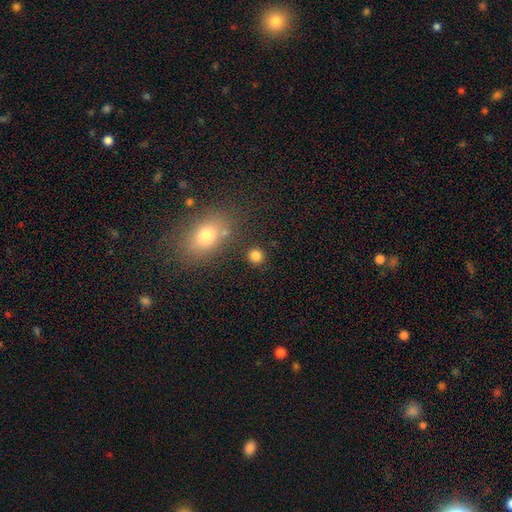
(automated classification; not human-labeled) A smooth galaxy with no disk features (83%) that is round (89%). Merging: none (85%).